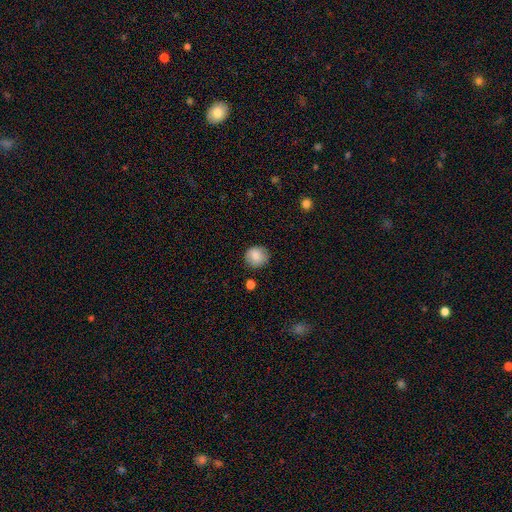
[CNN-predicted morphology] The model was most divided on "merging": none: 84%, minor disturbance: 11%, major disturbance: 2%, merger: 2%. More confident: how rounded — round (89%); smooth or featured — smooth (83%).